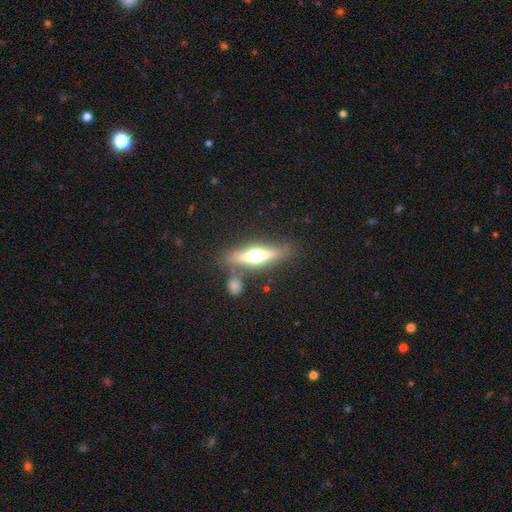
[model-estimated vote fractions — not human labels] Overall: featured or disk (60%; smooth 32%). Edge-on disk: yes (91%). Edge-on bulge: rounded (93%). Merging: none (79%).